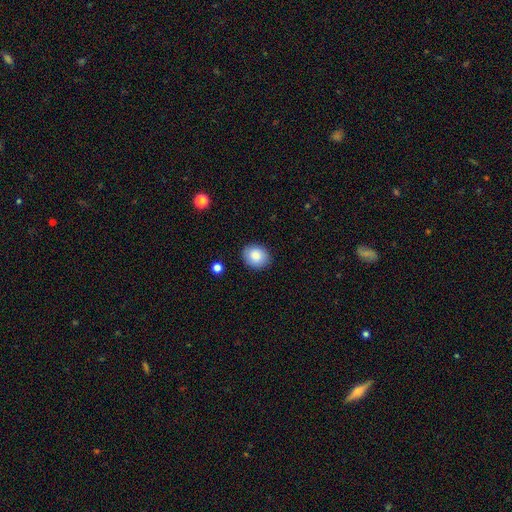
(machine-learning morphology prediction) Smooth or featured? smooth (85%)
How rounded? round (62%)
Merging? none (88%)